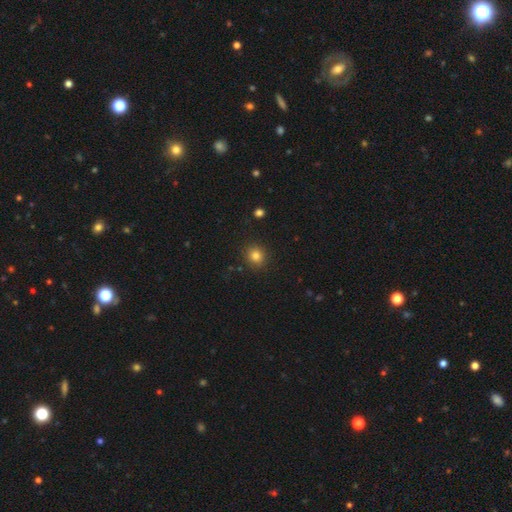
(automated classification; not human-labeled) Smooth or featured? Predicted: smooth (p=0.82). How rounded? Predicted: round (p=0.84). Merging? Predicted: none (p=0.90).